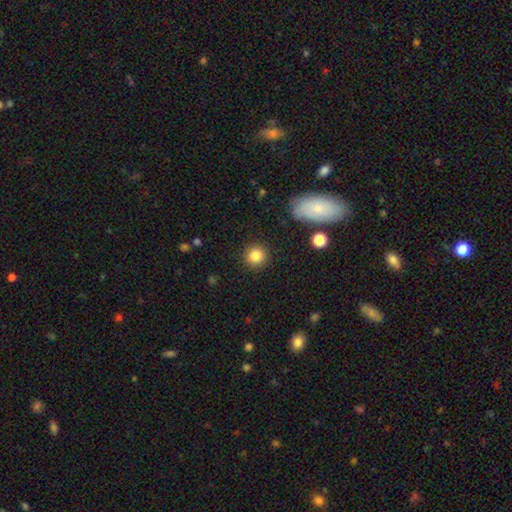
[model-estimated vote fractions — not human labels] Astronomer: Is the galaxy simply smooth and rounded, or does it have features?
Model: smooth — 84%.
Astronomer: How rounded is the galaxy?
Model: round — 92%.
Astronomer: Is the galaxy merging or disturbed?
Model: none — 90%.